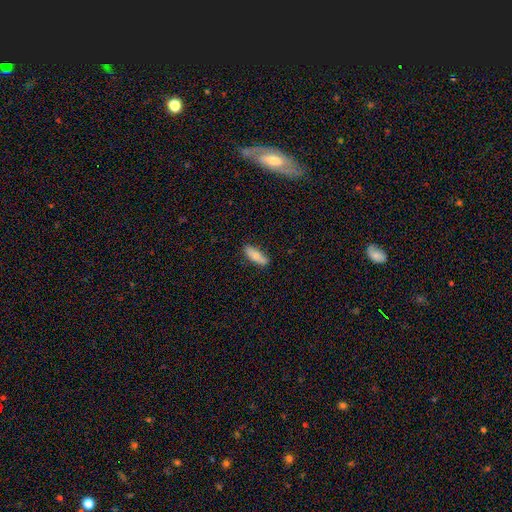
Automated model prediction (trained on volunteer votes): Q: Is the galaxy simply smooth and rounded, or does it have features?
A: smooth — 76%.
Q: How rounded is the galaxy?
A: in between — 62%.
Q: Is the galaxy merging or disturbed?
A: none — 83%.